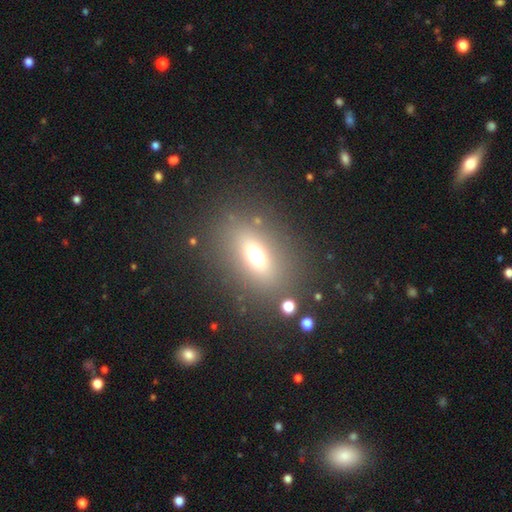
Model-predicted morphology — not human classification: Q: Smooth or featured?
A: smooth (62%); runner-up: featured or disk (19%)
Q: How rounded?
A: in between (66%); runner-up: round (26%)
Q: Merging?
A: none (81%); runner-up: minor disturbance (9%)